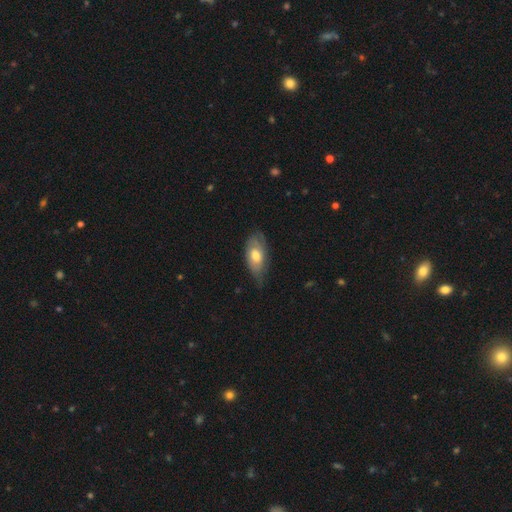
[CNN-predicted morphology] smooth_or_featured: smooth (p=0.54) [alt: featured or disk p=0.41]
how_rounded: in between (p=0.90) [alt: cigar-shaped p=0.06]
merging: none (p=0.55) [alt: minor disturbance p=0.34]